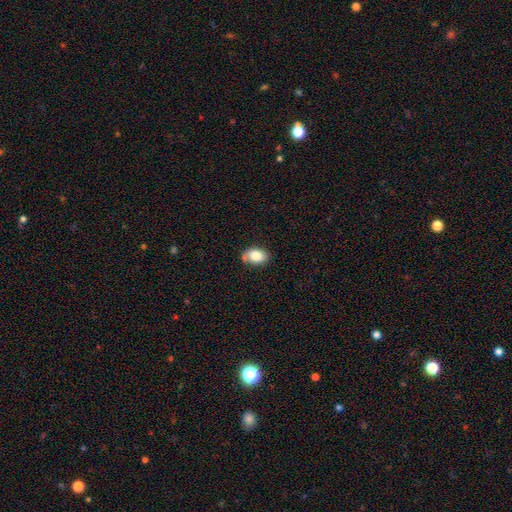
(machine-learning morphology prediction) Overall: smooth (83%). How rounded: in between (85%). Merging: none (68%).